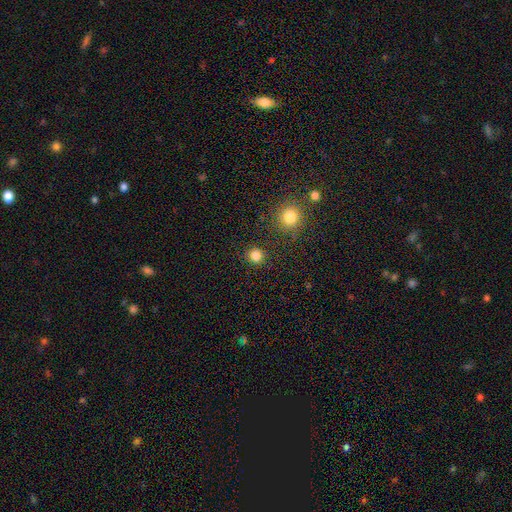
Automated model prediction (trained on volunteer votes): This is clearly a smooth galaxy (83%). How rounded: clearly round (91%). Merging: clearly none (88%).